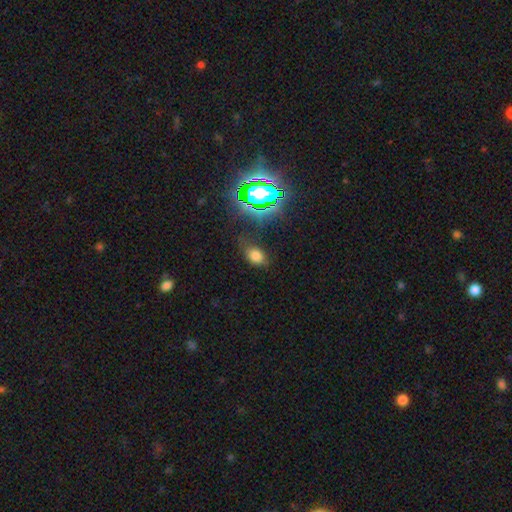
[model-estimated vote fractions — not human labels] This is likely a smooth galaxy (68%). How rounded: likely in between (79%). Merging: likely none (74%).